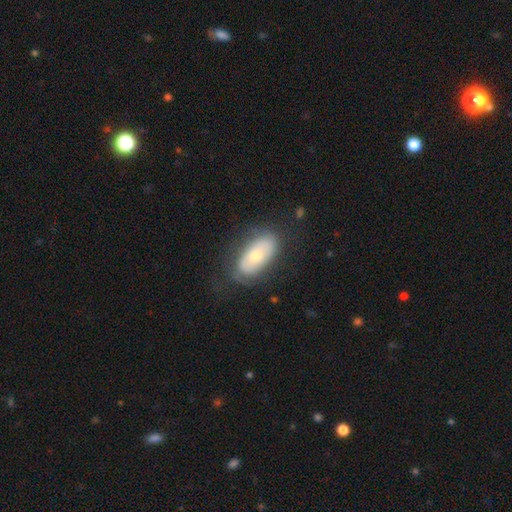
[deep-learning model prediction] The model was most divided on "smooth or featured": smooth: 55%, featured or disk: 38%, star or artifact: 7%. More confident: how rounded — in between (91%); merging — none (67%).